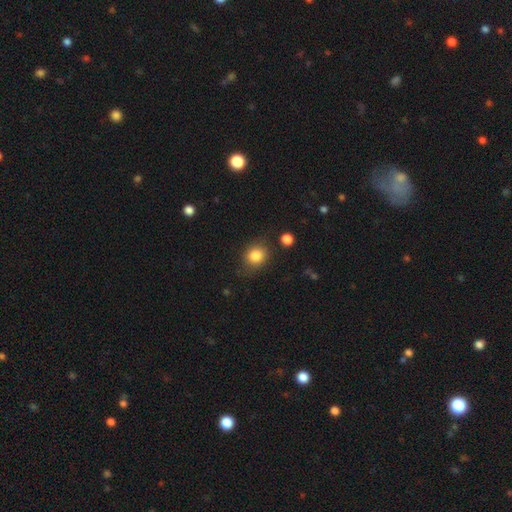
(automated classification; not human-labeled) Smooth or featured?
  - smooth: 83% *
  - star or artifact: 10%
  - featured or disk: 7%
How rounded?
  - round: 64% *
  - in between: 35%
  - cigar-shaped: 1%
Merging?
  - none: 74% *
  - minor disturbance: 17%
  - major disturbance: 6%
  - merger: 3%